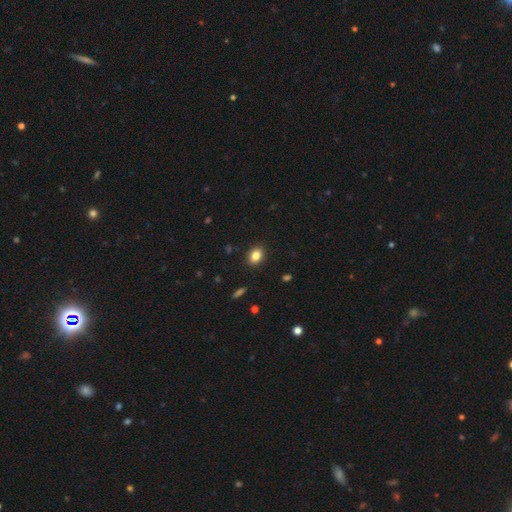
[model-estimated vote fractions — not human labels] Morphology: type=smooth (84%); roundness=in between (68%); merging=none (89%).